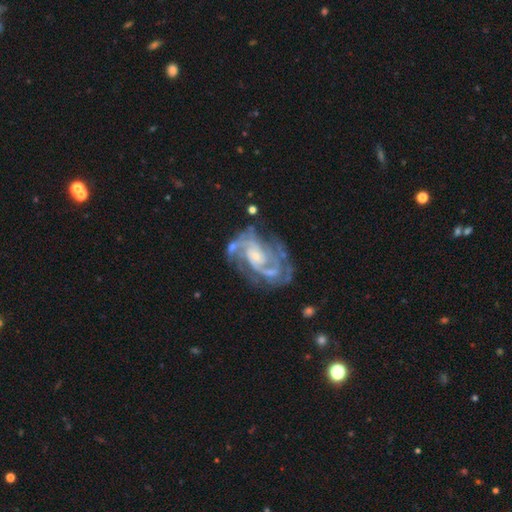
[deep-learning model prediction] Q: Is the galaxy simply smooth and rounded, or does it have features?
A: featured or disk — 90%.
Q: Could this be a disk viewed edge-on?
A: no — 98%.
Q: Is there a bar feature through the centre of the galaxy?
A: no — 54%.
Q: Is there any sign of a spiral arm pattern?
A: yes — 97%.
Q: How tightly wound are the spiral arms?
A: medium — 46%.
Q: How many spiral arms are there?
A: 2 — 53%.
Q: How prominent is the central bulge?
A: small — 60%.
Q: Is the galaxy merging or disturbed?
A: none — 60%.